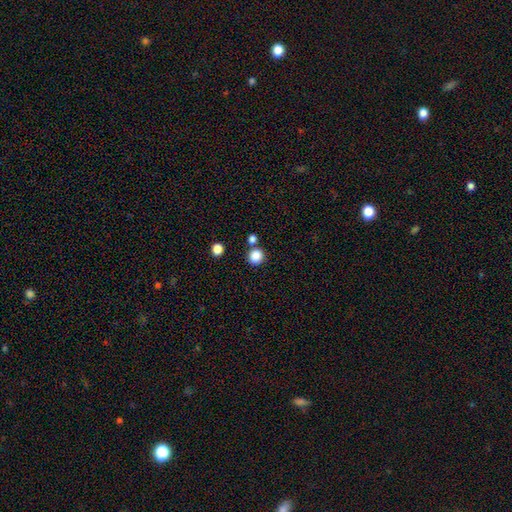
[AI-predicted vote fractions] Morphology: type=smooth (86%); roundness=round (89%); merging=none (77%).